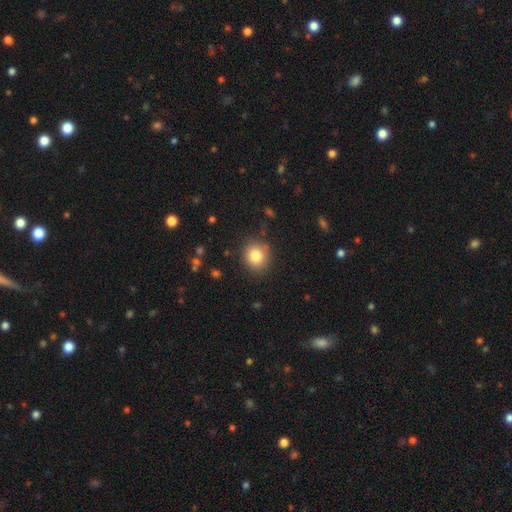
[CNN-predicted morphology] The model was most divided on "how rounded": round: 83%, in between: 16%, cigar-shaped: 1%. More confident: merging — none (86%); smooth or featured — smooth (82%).